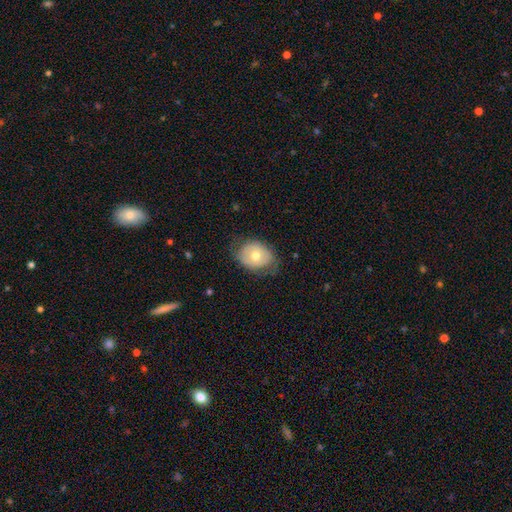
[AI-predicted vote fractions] The model was most divided on "how rounded": in between: 54%, round: 45%, cigar-shaped: 1%. More confident: merging — none (68%); smooth or featured — smooth (61%).